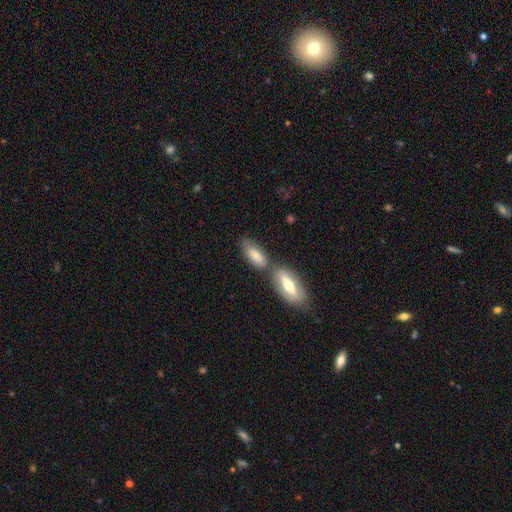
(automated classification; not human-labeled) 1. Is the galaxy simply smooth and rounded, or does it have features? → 71% smooth, 22% featured or disk, 6% star or artifact.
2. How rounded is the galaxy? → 70% in between, 28% cigar-shaped, 2% round.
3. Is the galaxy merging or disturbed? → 44% none, 40% merger, 12% minor disturbance, 4% major disturbance.